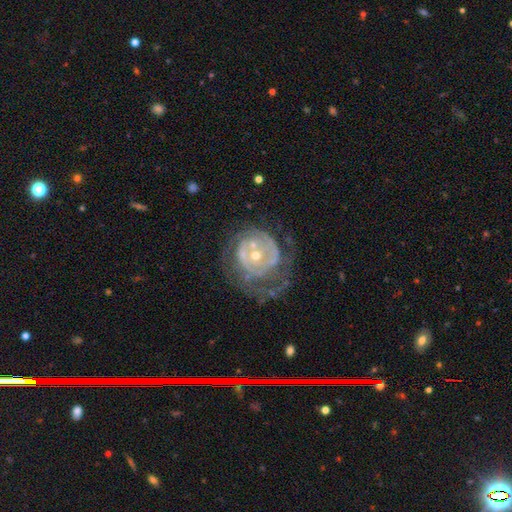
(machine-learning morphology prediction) Smooth or featured? featured or disk (83%)
Edge-on disk? no (98%)
Bar? no (77%)
Spiral arms? yes (83%)
Spiral winding? tight (69%)
Spiral arm count? can't tell (42%)
Bulge size? small (64%)
Merging? none (47%)